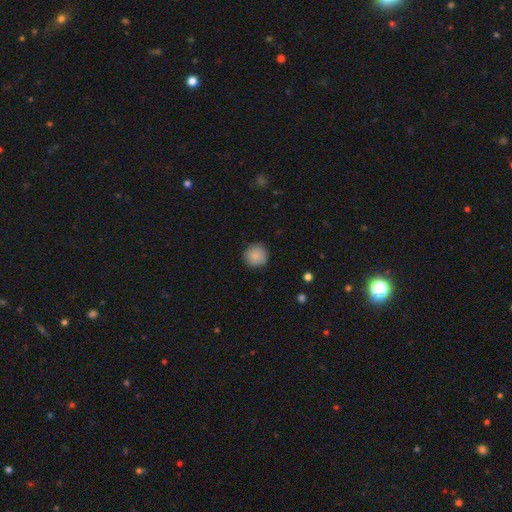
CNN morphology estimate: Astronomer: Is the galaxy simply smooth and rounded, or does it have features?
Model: smooth — 88%.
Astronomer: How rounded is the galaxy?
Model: round — 94%.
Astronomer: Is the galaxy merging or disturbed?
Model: none — 89%.